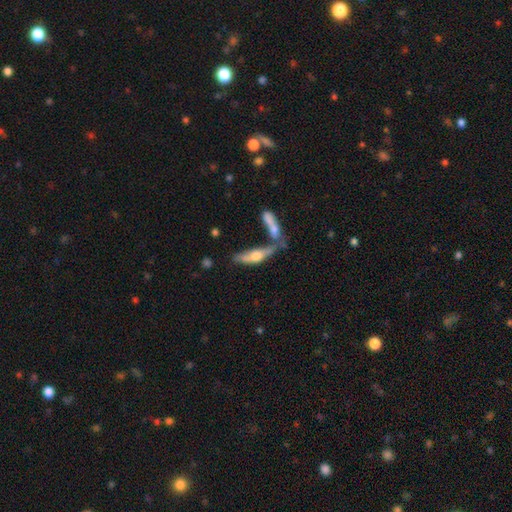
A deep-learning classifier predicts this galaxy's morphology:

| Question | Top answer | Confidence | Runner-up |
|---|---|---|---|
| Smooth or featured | featured or disk | 48% | smooth (44%) |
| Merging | merger | 46% | none (30%) |